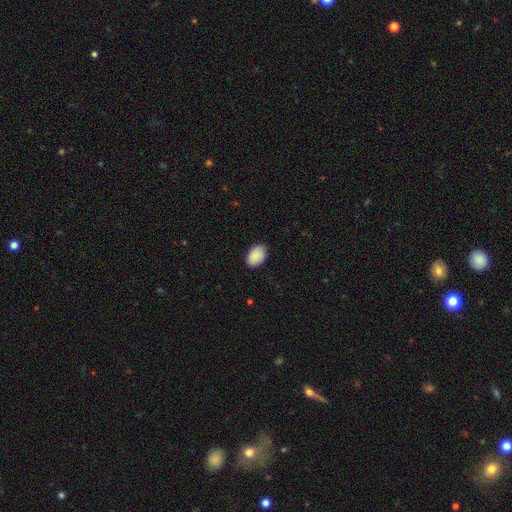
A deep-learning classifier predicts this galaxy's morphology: Smooth or featured? Predicted: smooth (p=0.90). How rounded? Predicted: in between (p=0.89). Merging? Predicted: none (p=0.84).